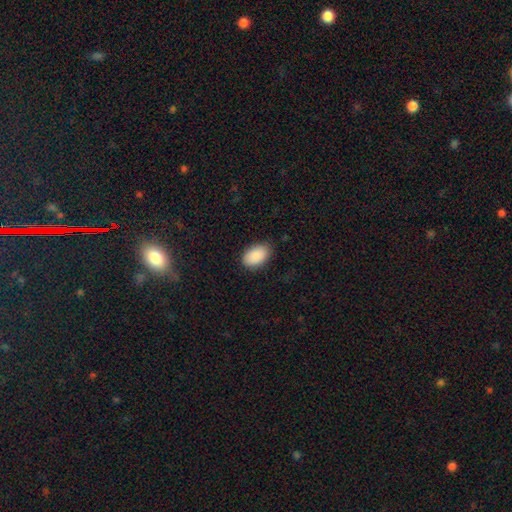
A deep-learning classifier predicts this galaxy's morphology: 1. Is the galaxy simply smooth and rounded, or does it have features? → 90% smooth, 6% star or artifact, 3% featured or disk.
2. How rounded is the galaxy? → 92% in between, 6% round, 1% cigar-shaped.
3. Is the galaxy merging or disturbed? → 84% none, 13% minor disturbance, 3% major disturbance, 1% merger.